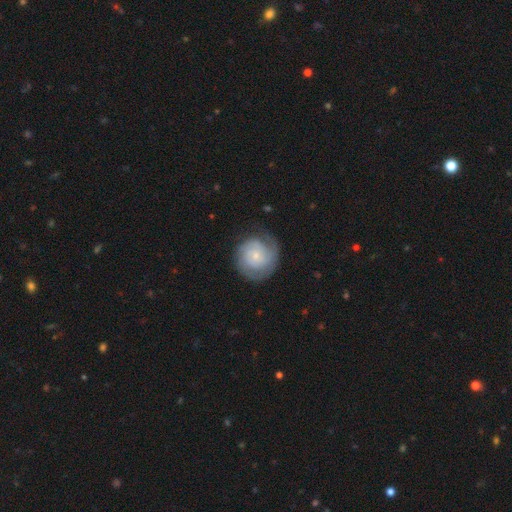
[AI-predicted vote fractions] Q: Smooth or featured?
A: featured or disk (73%); runner-up: smooth (22%)
Q: Edge-on disk?
A: no (98%); runner-up: yes (2%)
Q: Bar?
A: no (73%); runner-up: weak (24%)
Q: Spiral arms?
A: yes (93%); runner-up: no (7%)
Q: Spiral winding?
A: tight (69%); runner-up: medium (24%)
Q: Spiral arm count?
A: 2 (42%); runner-up: can't tell (27%)
Q: Bulge size?
A: small (74%); runner-up: moderate (20%)
Q: Merging?
A: none (74%); runner-up: minor disturbance (17%)